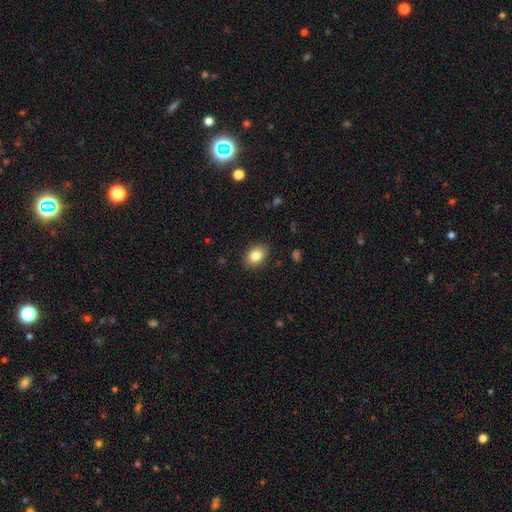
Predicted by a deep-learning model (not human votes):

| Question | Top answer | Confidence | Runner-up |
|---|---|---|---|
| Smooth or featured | smooth | 83% | star or artifact (9%) |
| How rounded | in between | 74% | round (25%) |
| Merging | none | 88% | minor disturbance (9%) |